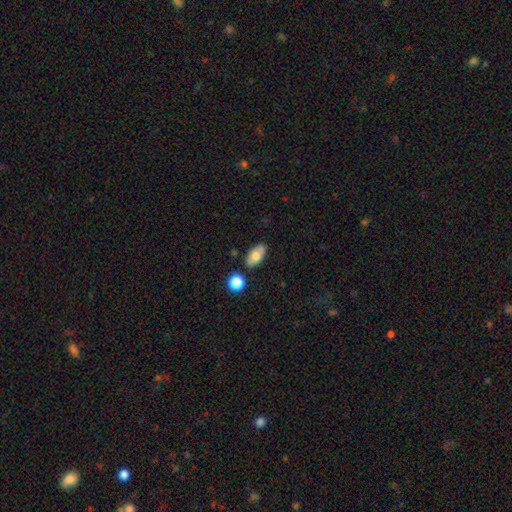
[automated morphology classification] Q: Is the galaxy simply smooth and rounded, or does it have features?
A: smooth — 73%.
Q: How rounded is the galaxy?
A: in between — 92%.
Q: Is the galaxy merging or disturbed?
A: none — 80%.